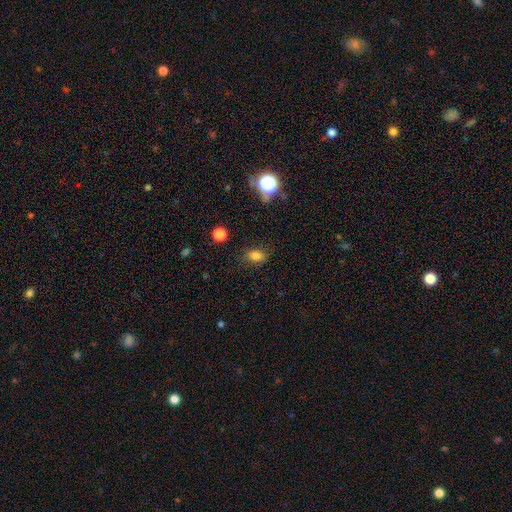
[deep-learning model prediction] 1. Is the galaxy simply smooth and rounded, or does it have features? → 80% smooth, 14% star or artifact, 6% featured or disk.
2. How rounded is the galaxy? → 77% in between, 21% round, 2% cigar-shaped.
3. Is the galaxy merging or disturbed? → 78% none, 15% minor disturbance, 5% major disturbance, 2% merger.